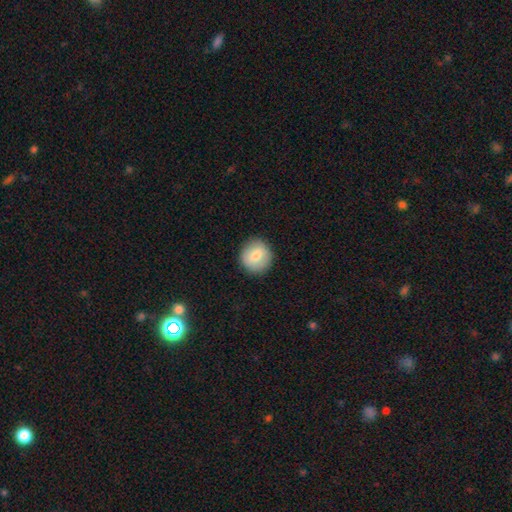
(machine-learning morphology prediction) Smooth or featured?
  - smooth: 78% *
  - featured or disk: 15%
  - star or artifact: 7%
How rounded?
  - round: 90% *
  - in between: 9%
  - cigar-shaped: 1%
Merging?
  - none: 89% *
  - minor disturbance: 8%
  - major disturbance: 2%
  - merger: 1%